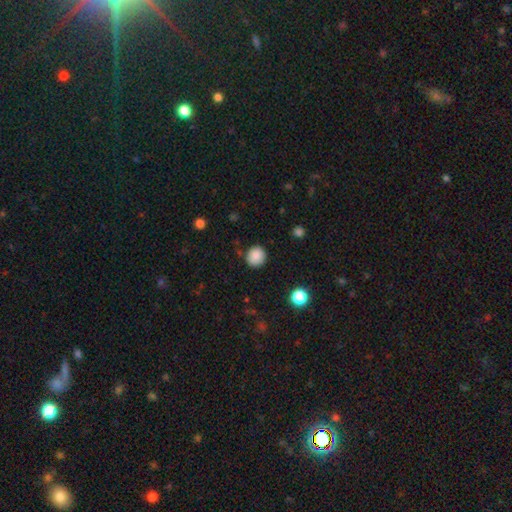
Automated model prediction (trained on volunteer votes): Morphology: type=smooth (86%); roundness=round (90%); merging=none (86%).